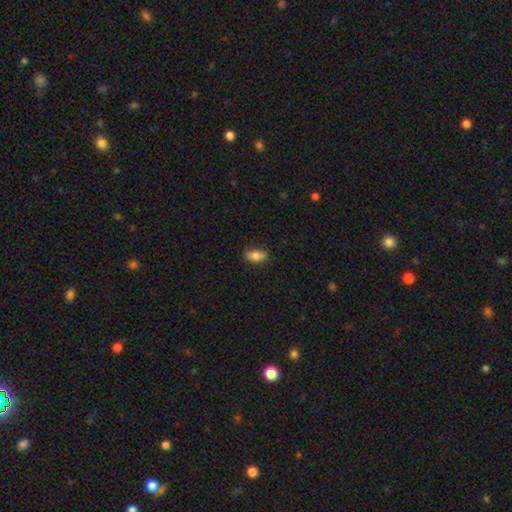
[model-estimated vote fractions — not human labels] smooth-or-featured: smooth: 80% | featured or disk: 12% | star or artifact: 8%
  how-rounded: in between: 87% | cigar-shaped: 8% | round: 5%
  merging: none: 80% | minor disturbance: 16% | major disturbance: 3% | merger: 1%